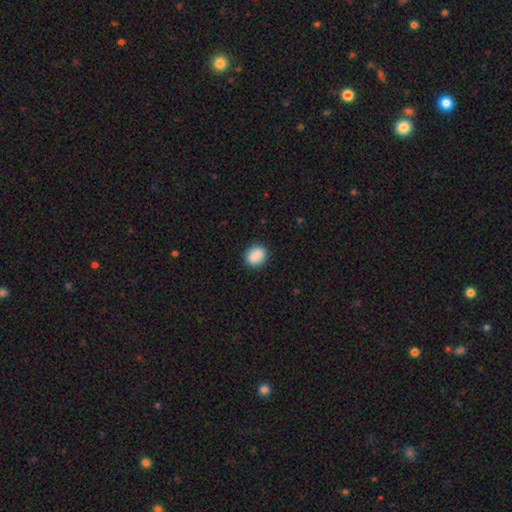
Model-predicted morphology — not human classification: Smooth or featured? smooth (89%)
How rounded? round (54%)
Merging? none (88%)